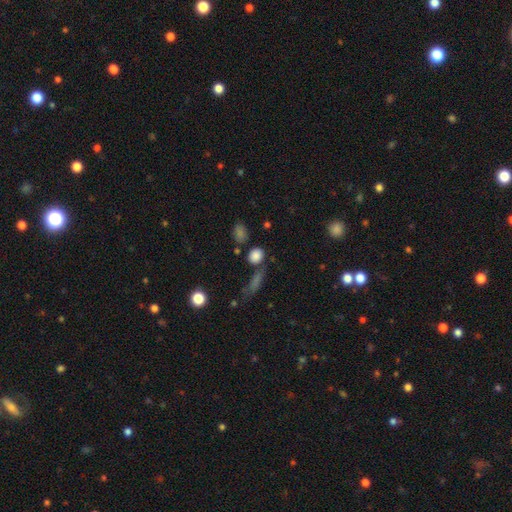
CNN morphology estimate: Smooth or featured: smooth — 83% (star or artifact — 12%)
How rounded: round — 62% (in between — 34%)
Merging: none — 72% (minor disturbance — 12%)